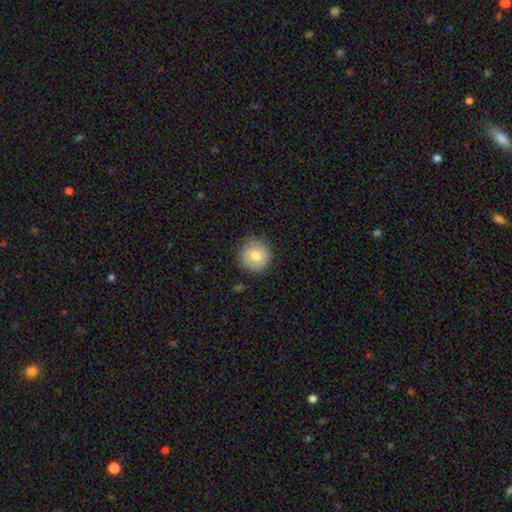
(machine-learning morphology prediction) smooth-or-featured: smooth: 78% | featured or disk: 14% | star or artifact: 8%
  how-rounded: round: 94% | in between: 6% | cigar-shaped: 1%
  merging: none: 84% | minor disturbance: 12% | major disturbance: 3% | merger: 1%